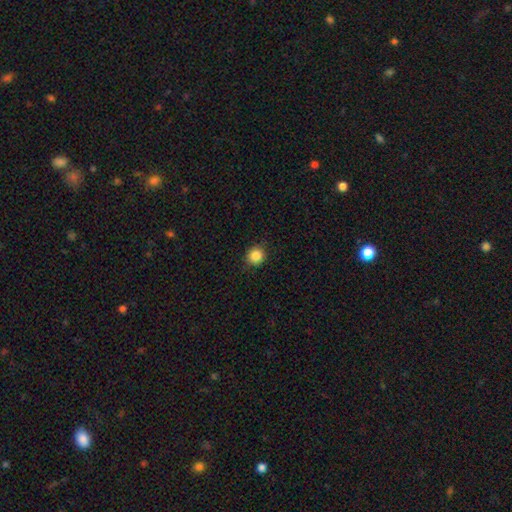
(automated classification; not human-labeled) Overall: smooth (86%). How rounded: round (88%). Merging: none (88%).